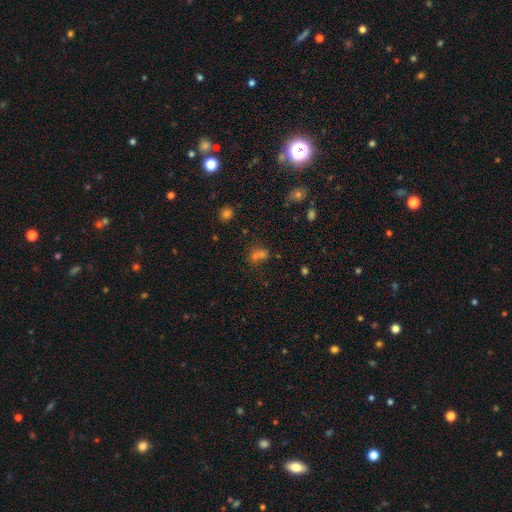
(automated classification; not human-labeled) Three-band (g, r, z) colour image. It shows a smooth galaxy with no disk features (48%). Merging: none (51%).